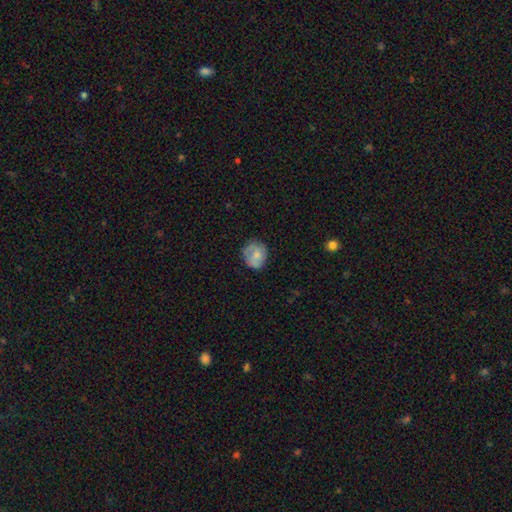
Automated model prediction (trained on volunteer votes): smooth-or-featured: smooth: 56% | featured or disk: 37% | star or artifact: 7%
  how-rounded: round: 75% | in between: 24% | cigar-shaped: 1%
  merging: none: 70% | minor disturbance: 22% | major disturbance: 7% | merger: 1%